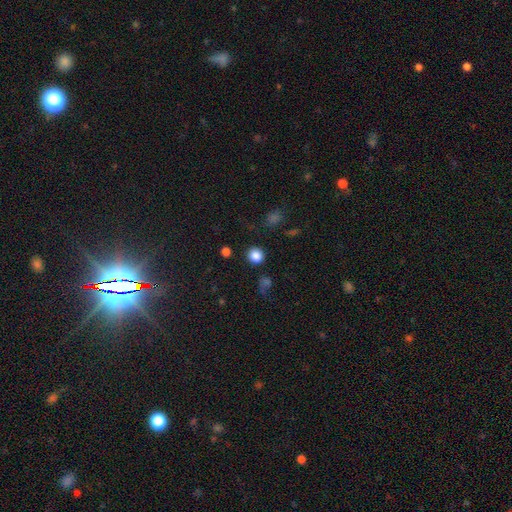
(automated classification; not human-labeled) Smooth or featured?
  - smooth: 84% *
  - star or artifact: 12%
  - featured or disk: 4%
How rounded?
  - round: 91% *
  - in between: 9%
  - cigar-shaped: 1%
Merging?
  - none: 88% *
  - minor disturbance: 6%
  - major disturbance: 3%
  - merger: 2%